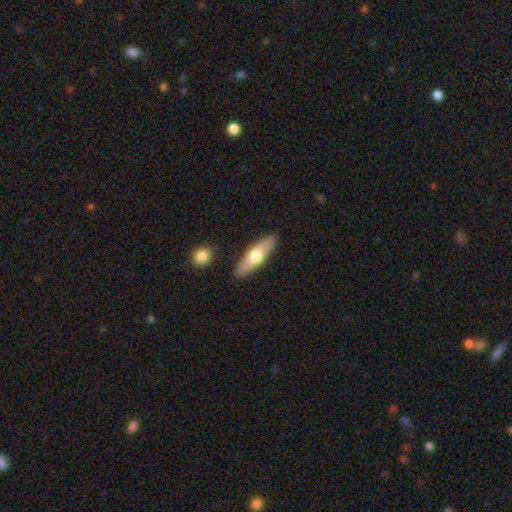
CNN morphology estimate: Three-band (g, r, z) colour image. It shows a smooth galaxy with no disk features (55%) that is cigar-shaped (59%). Merging: none (87%).